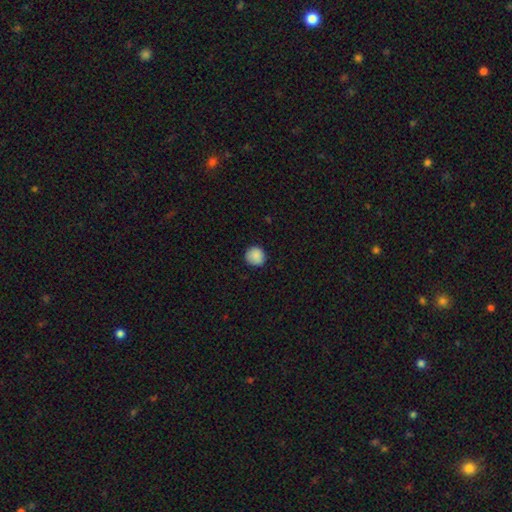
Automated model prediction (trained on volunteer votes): A smooth galaxy with no disk features (88%) that is round (93%).

Vote fractions:
- Smooth or featured? smooth: 88% / star or artifact: 8% / featured or disk: 4%
- How rounded? round: 93% / in between: 6% / cigar-shaped: 1%
- Merging? none: 88% / minor disturbance: 9% / major disturbance: 2% / merger: 1%